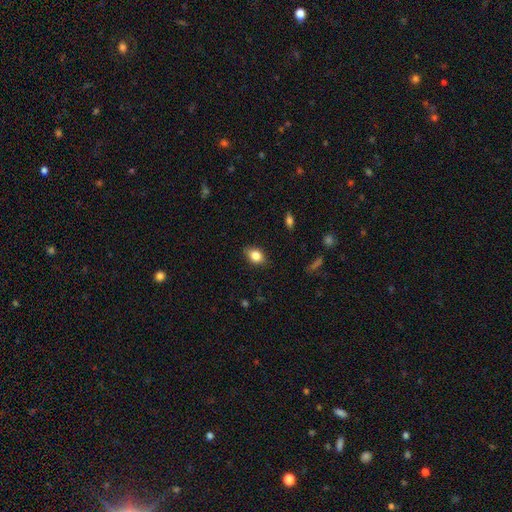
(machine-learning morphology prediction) The model was most divided on "how rounded": in between: 76%, round: 22%, cigar-shaped: 2%. More confident: merging — none (82%); smooth or featured — smooth (82%).